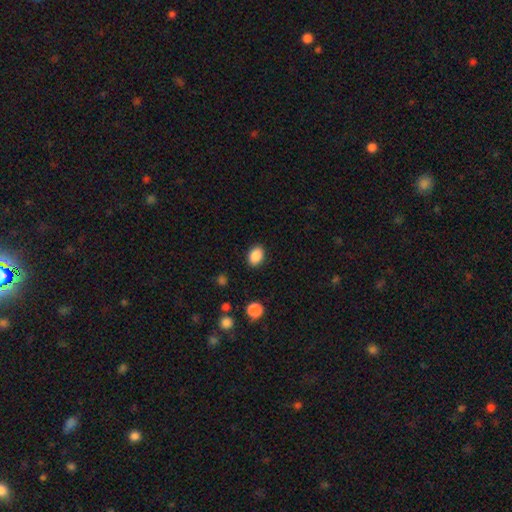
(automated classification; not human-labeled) Morphology: type=smooth (88%); roundness=in between (79%); merging=none (88%).